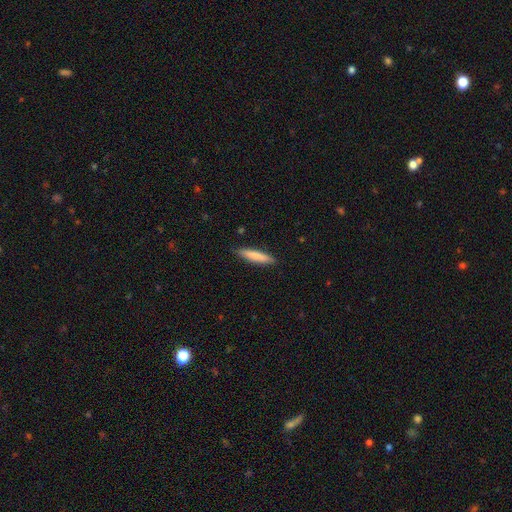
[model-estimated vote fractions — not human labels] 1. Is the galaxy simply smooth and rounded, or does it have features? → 81% smooth, 14% featured or disk, 5% star or artifact.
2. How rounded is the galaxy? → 87% cigar-shaped, 12% in between, 1% round.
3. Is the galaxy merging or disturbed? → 88% none, 10% minor disturbance, 2% major disturbance, 1% merger.